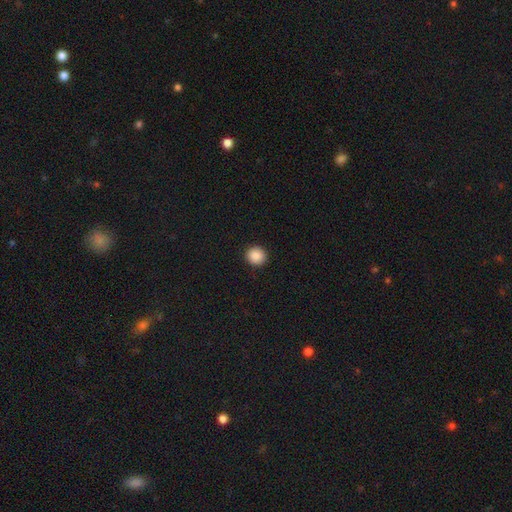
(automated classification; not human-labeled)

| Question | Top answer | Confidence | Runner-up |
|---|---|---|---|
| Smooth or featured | smooth | 89% | star or artifact (8%) |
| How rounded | round | 91% | in between (8%) |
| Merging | none | 92% | minor disturbance (5%) |